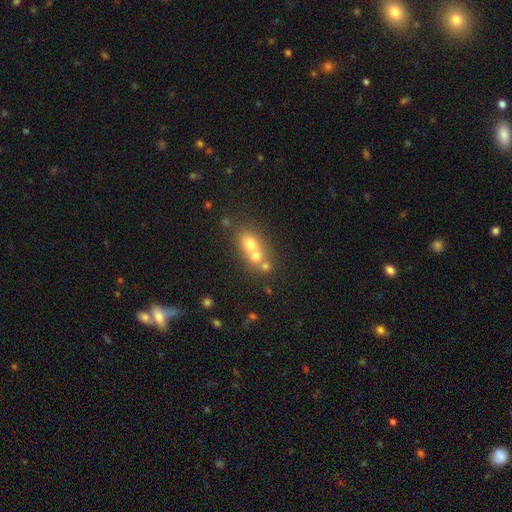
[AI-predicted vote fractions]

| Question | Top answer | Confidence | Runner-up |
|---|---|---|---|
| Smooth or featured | smooth | 64% | featured or disk (23%) |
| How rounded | round | 53% | in between (44%) |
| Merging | merger | 65% | none (27%) |